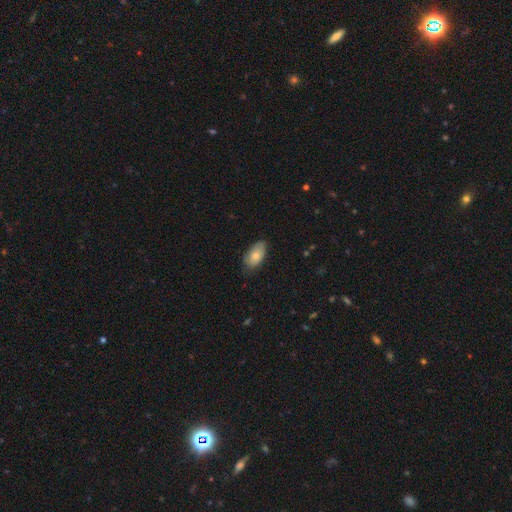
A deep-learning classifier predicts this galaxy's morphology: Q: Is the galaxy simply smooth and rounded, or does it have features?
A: smooth — 75%.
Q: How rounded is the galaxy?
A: in between — 93%.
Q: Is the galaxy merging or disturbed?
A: none — 73%.